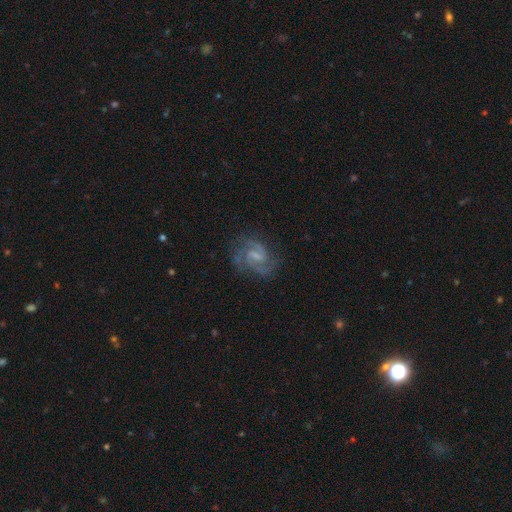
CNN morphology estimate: Q: Smooth or featured?
A: featured or disk (85%); runner-up: smooth (9%)
Q: Edge-on disk?
A: no (98%); runner-up: yes (2%)
Q: Bar?
A: weak (60%); runner-up: no (21%)
Q: Spiral arms?
A: yes (96%); runner-up: no (4%)
Q: Spiral winding?
A: medium (56%); runner-up: tight (27%)
Q: Spiral arm count?
A: 2 (77%); runner-up: 3 (9%)
Q: Bulge size?
A: small (44%); runner-up: none (30%)
Q: Merging?
A: none (72%); runner-up: minor disturbance (17%)